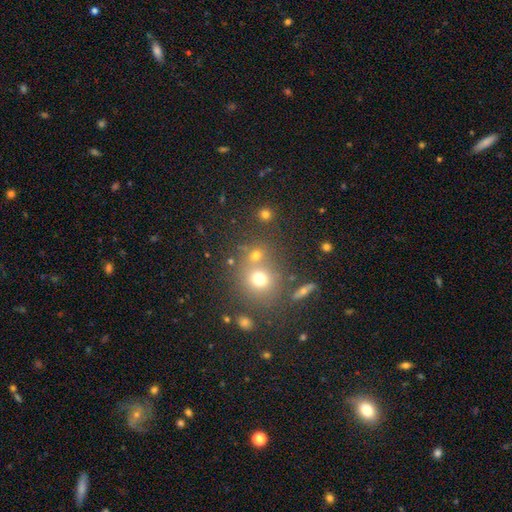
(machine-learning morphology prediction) Q: Smooth or featured?
A: smooth (64%); runner-up: star or artifact (23%)
Q: How rounded?
A: round (82%); runner-up: in between (16%)
Q: Merging?
A: none (61%); runner-up: merger (26%)